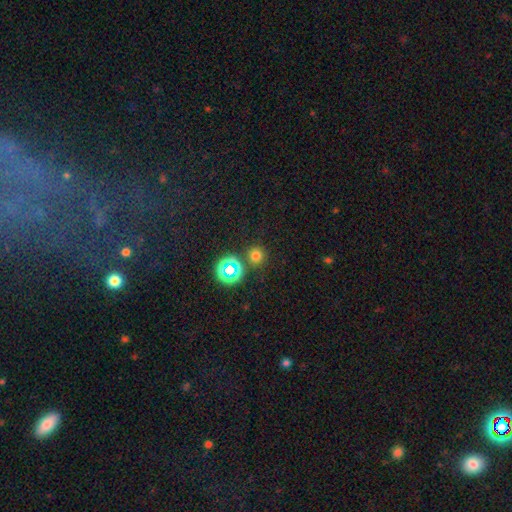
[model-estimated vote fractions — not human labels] This appears to be a smooth galaxy with no disk features (68%) that is round (92%). Merging: none (84%).